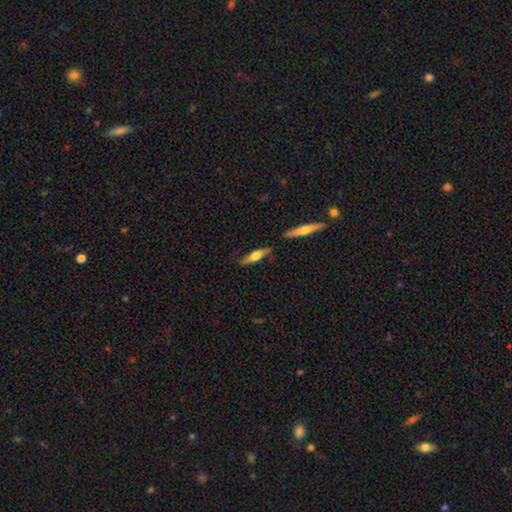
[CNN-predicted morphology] Overall: featured or disk (55%; smooth 39%). Edge-on disk: yes (92%). Edge-on bulge: rounded (87%). Merging: none (75%).